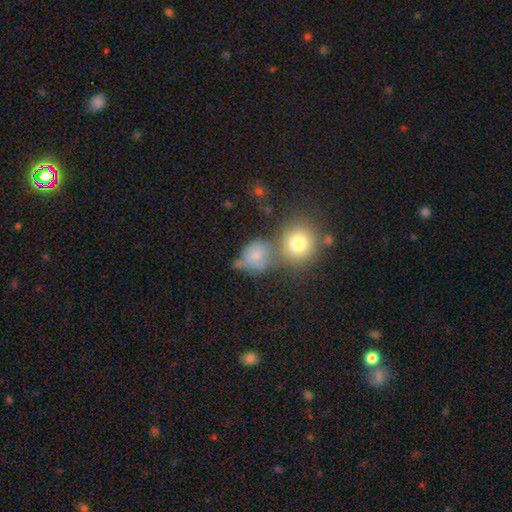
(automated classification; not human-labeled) This is likely a smooth galaxy (66%). How rounded: likely round (66%). Merging: marginally none (37%).